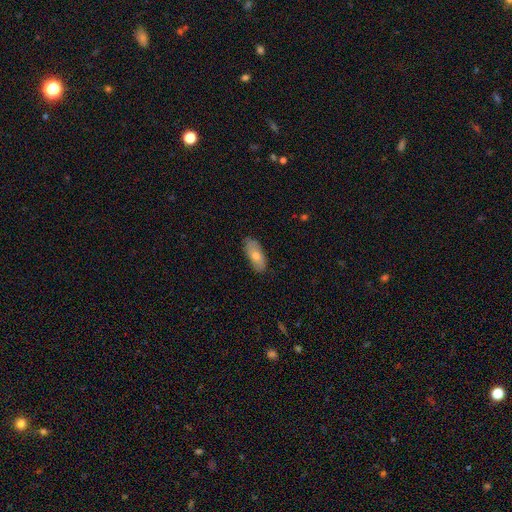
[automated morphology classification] Smooth or featured?
  - smooth: 63% *
  - featured or disk: 30%
  - star or artifact: 7%
How rounded?
  - in between: 77% *
  - cigar-shaped: 20%
  - round: 3%
Merging?
  - none: 84% *
  - minor disturbance: 13%
  - major disturbance: 2%
  - merger: 1%